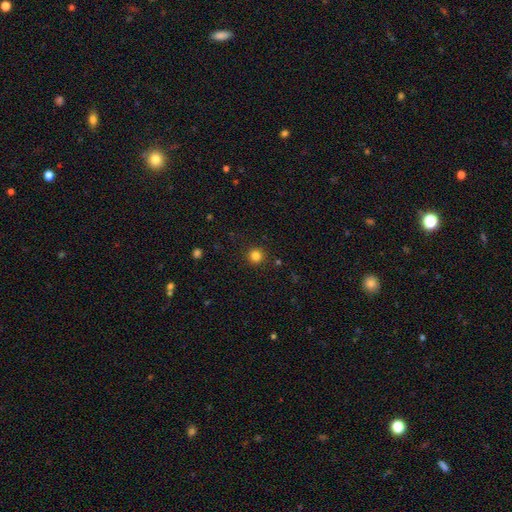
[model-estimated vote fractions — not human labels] smooth-or-featured: smooth: 83% | star or artifact: 13% | featured or disk: 4%
  how-rounded: round: 94% | in between: 5% | cigar-shaped: 1%
  merging: none: 91% | minor disturbance: 5% | major disturbance: 2% | merger: 1%